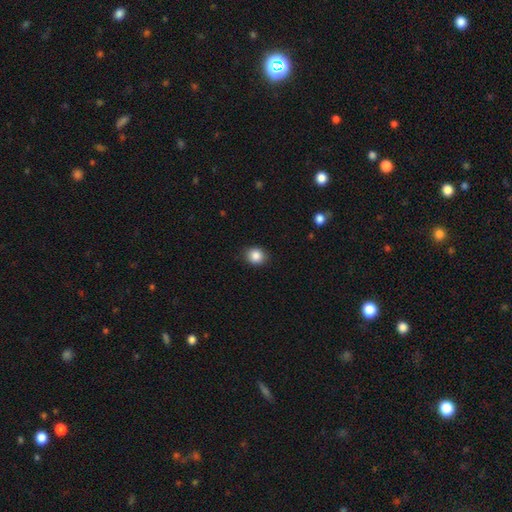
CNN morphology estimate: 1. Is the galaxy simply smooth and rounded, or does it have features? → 87% smooth, 9% star or artifact, 4% featured or disk.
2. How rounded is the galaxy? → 71% round, 28% in between, 1% cigar-shaped.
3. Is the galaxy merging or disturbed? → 87% none, 10% minor disturbance, 2% major disturbance, 1% merger.